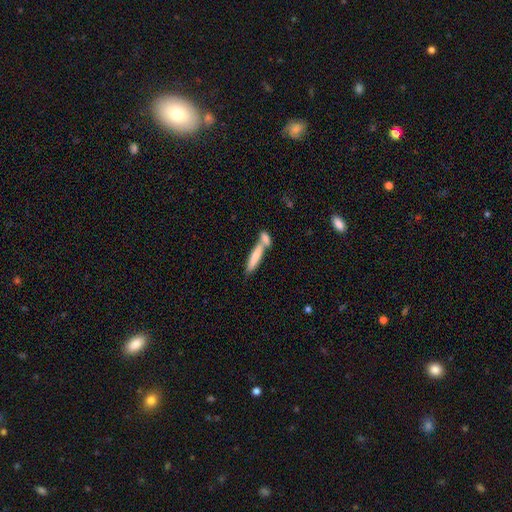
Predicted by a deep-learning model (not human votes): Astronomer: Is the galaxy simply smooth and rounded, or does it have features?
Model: smooth — 76%.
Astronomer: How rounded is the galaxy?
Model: cigar-shaped — 79%.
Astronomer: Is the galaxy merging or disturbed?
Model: merger — 45% (runner-up: none, 41%).